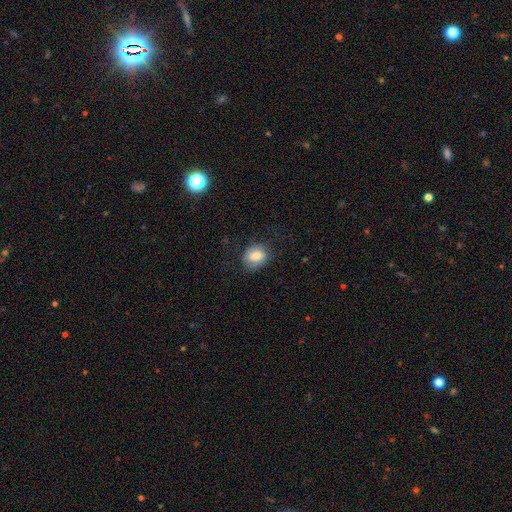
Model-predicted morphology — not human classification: Overall: smooth (70%). How rounded: round (51%; in between 48%). Merging: none (72%).